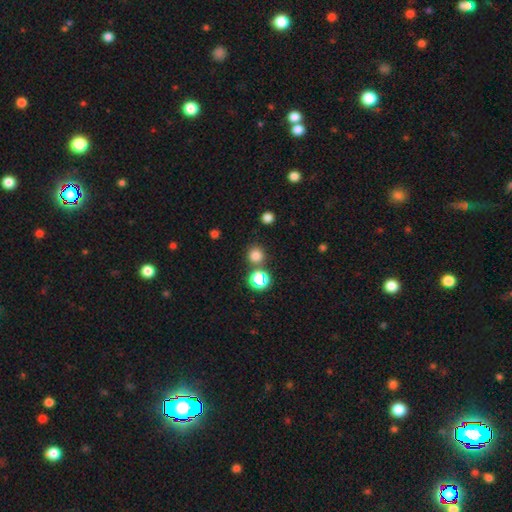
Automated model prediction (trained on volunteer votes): Overall: smooth (75%). How rounded: round (93%). Merging: none (81%).